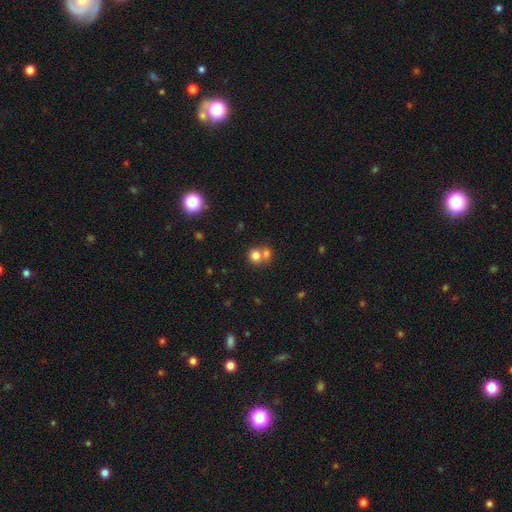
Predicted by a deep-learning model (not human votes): Smooth or featured? Predicted: smooth (p=0.76). How rounded? Predicted: round (p=0.80). Merging? Predicted: merger (p=0.51).